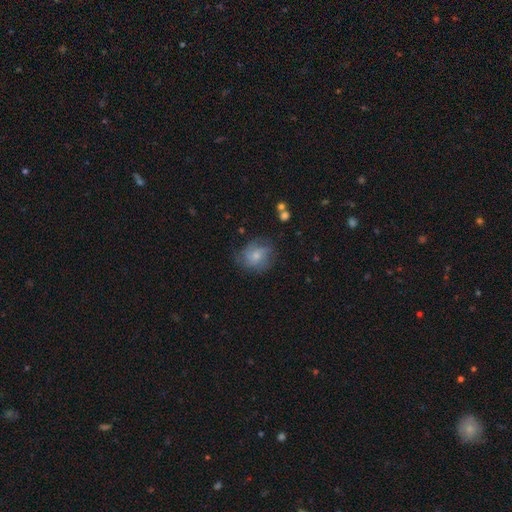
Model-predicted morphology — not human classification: Smooth or featured? Predicted: smooth (p=0.54). How rounded? Predicted: round (p=0.76). Merging? Predicted: none (p=0.66).